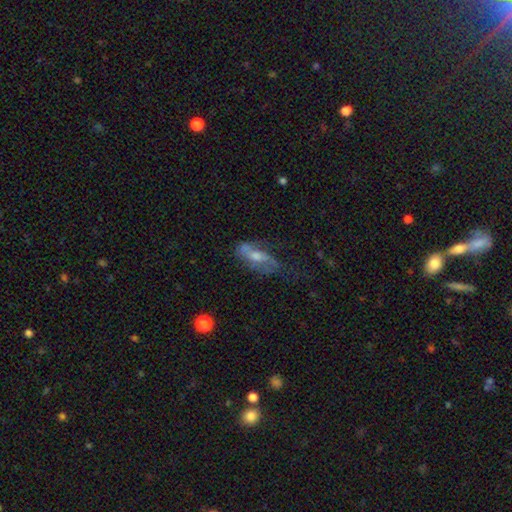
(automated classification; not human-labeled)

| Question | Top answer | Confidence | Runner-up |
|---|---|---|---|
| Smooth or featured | featured or disk | 59% | smooth (30%) |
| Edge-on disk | no | 80% | yes (20%) |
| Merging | none | 47% | minor disturbance (25%) |